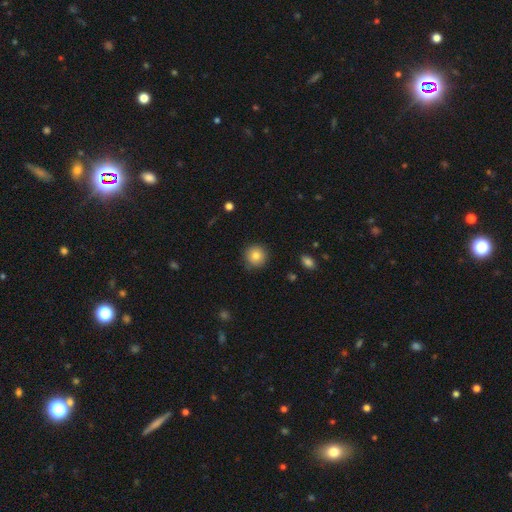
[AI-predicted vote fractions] A smooth galaxy with no disk features (82%) that is round (94%). Merging: none (88%).